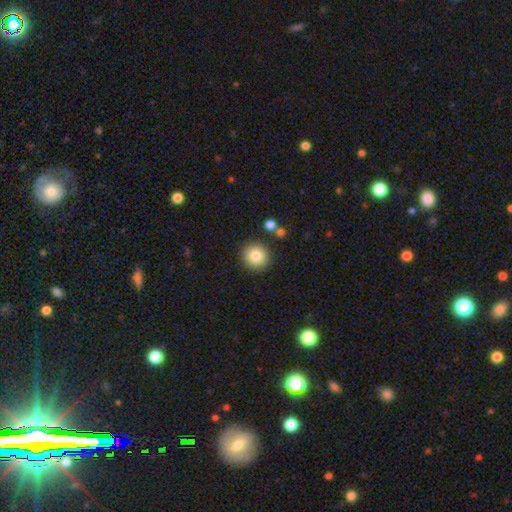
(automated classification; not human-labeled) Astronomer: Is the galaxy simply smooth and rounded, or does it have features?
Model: smooth — 83%.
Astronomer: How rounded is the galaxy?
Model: round — 94%.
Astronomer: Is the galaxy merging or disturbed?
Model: none — 88%.